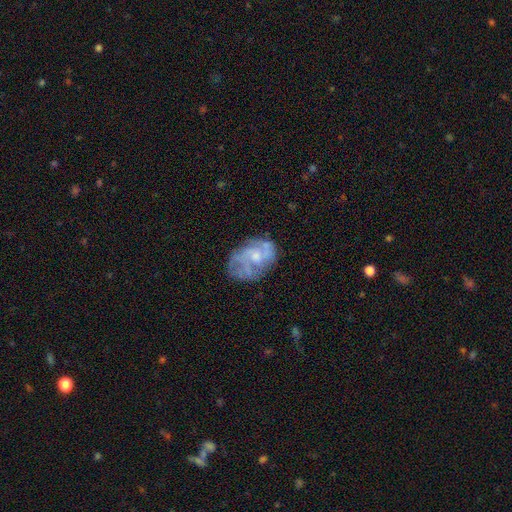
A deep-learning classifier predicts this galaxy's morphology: Smooth or featured: featured or disk — 70% (smooth — 22%)
Edge-on disk: no — 97% (yes — 3%)
Bar: no — 70% (weak — 26%)
Spiral arms: yes — 67% (no — 33%)
Bulge size: moderate — 43% (tied with small — 43%)
Merging: none — 60% (minor disturbance — 23%)